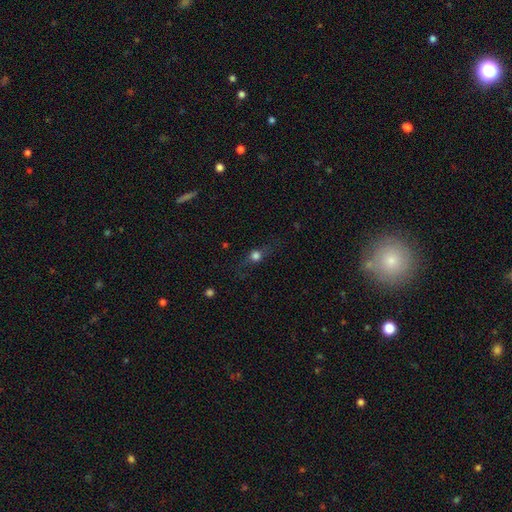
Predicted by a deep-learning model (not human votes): Overall: smooth (52%; featured or disk 32%). How rounded: round (59%; in between 27%). Merging: none (72%).